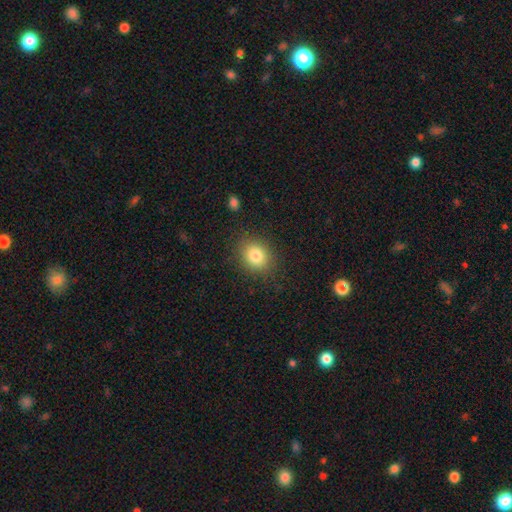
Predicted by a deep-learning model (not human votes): A smooth galaxy with no disk features (82%) that is round (62%). Merging: none (85%).